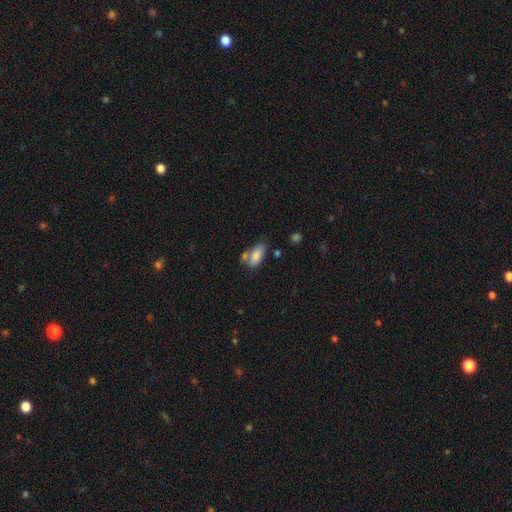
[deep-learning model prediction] smooth_or_featured: smooth (p=0.81) [alt: featured or disk p=0.12]
how_rounded: in between (p=0.90) [alt: cigar-shaped p=0.07]
merging: none (p=0.52) [alt: merger p=0.22]